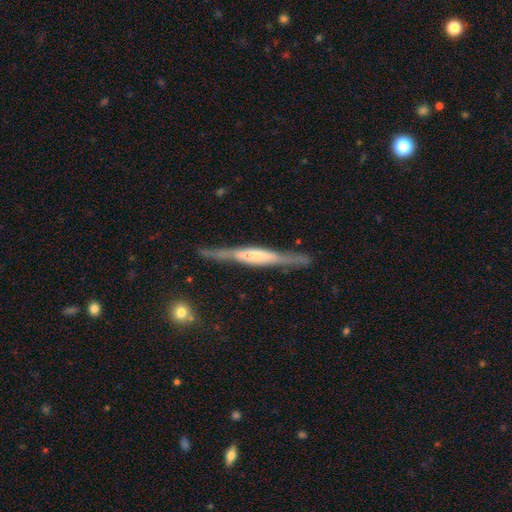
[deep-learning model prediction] featured or disk 74%, smooth 21%, star or artifact 5%. Down the decision tree: edge-on disk — yes (94%); edge-on bulge — boxy (41%); merging — none (79%).